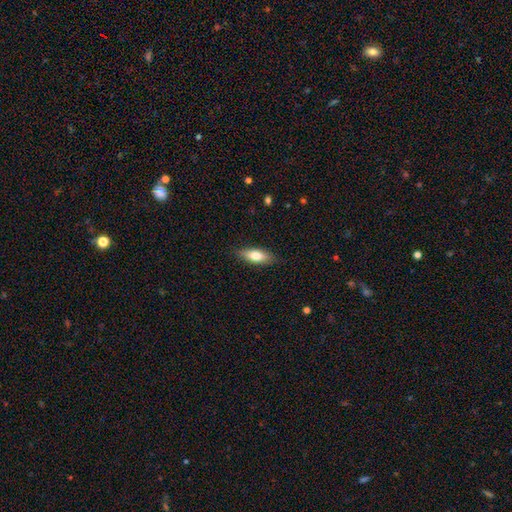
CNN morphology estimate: type=smooth (74%); roundness=in between (68%); merging=none (86%).